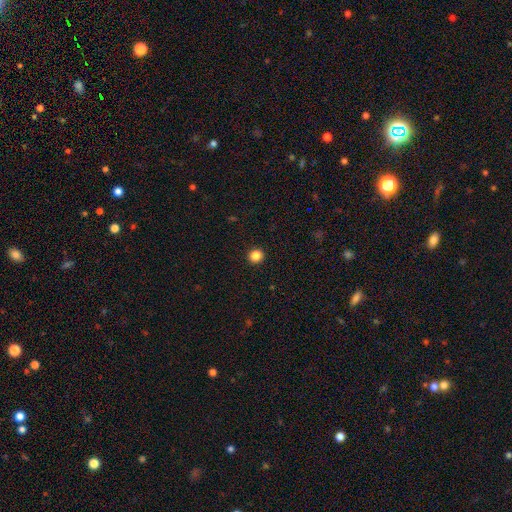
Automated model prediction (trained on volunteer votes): Smooth or featured: smooth — 86% (star or artifact — 11%)
How rounded: round — 93% (in between — 6%)
Merging: none — 93% (minor disturbance — 4%)